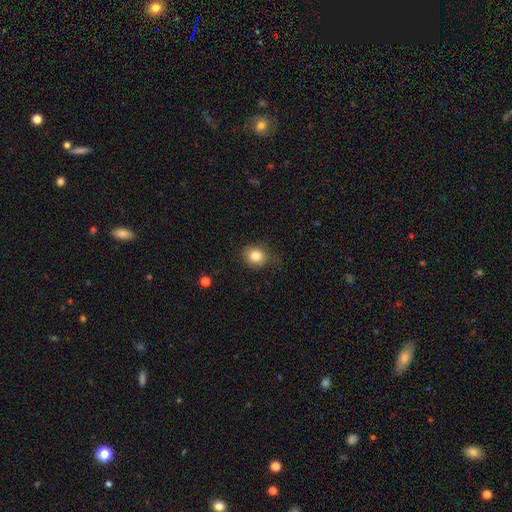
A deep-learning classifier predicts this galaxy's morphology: The model was most divided on "how rounded": round: 76%, in between: 23%, cigar-shaped: 1%. More confident: smooth or featured — smooth (83%); merging — none (78%).